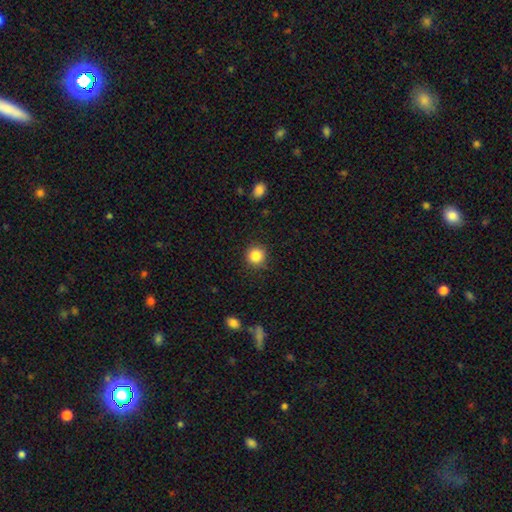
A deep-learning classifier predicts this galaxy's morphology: A smooth galaxy with no disk features (85%) that is round (94%). Merging: none (88%).